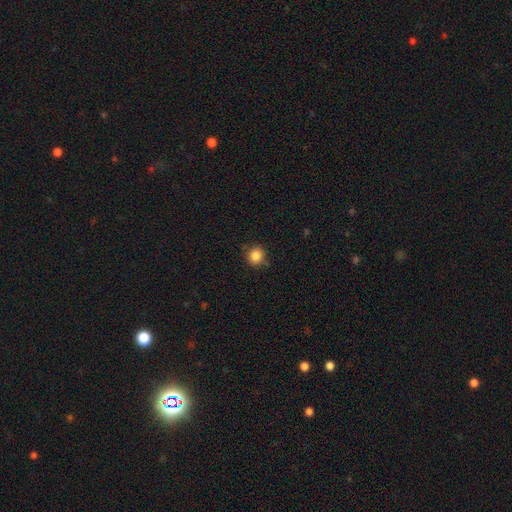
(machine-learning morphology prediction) A smooth galaxy with no disk features (85%) that is round (92%). Merging: none (83%).